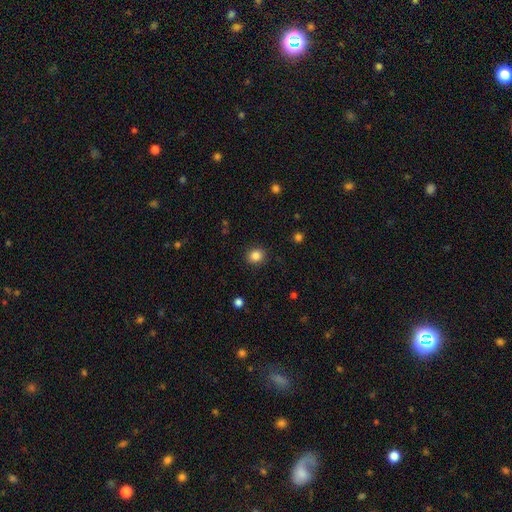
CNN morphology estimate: smooth 85%, star or artifact 11%, featured or disk 5%. Down the decision tree: how rounded — round (77%); merging — none (89%).